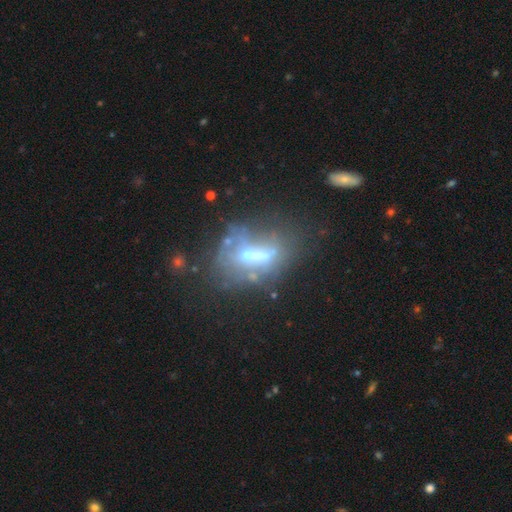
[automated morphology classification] Smooth or featured?
  - featured or disk: 54% *
  - smooth: 29%
  - star or artifact: 17%
Edge-on disk?
  - no: 88% *
  - yes: 12%
Merging?
  - none: 33% *
  - major disturbance: 27%
  - merger: 23%
  - minor disturbance: 17%